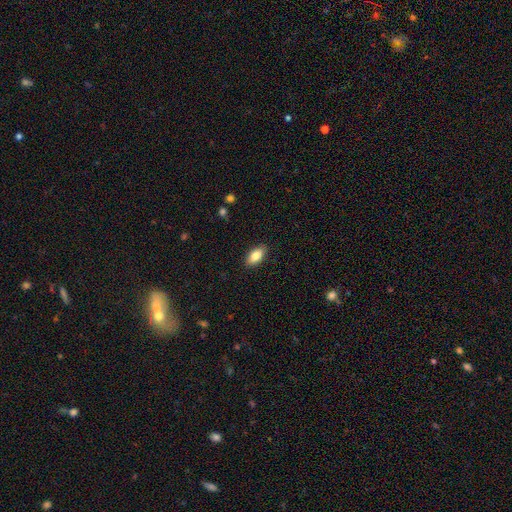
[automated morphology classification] Q: Smooth or featured?
A: smooth (81%); runner-up: featured or disk (12%)
Q: How rounded?
A: in between (89%); runner-up: cigar-shaped (8%)
Q: Merging?
A: none (89%); runner-up: minor disturbance (8%)